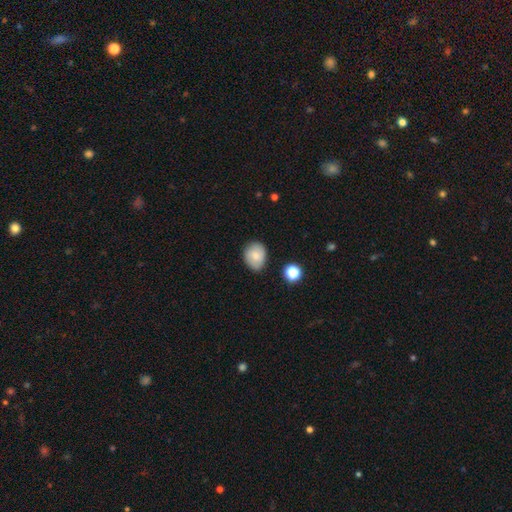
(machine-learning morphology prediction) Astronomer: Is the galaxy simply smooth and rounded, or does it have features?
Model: smooth — 78%.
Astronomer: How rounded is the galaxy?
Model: round — 51% (runner-up: in between, 48%).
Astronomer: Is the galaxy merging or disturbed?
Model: none — 76%.